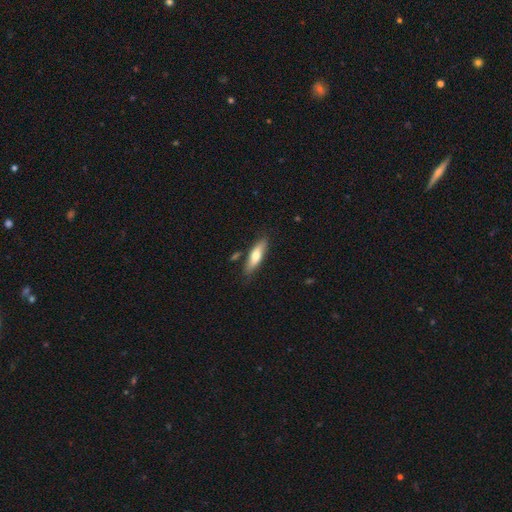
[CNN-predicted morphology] Q: Smooth or featured?
A: smooth (66%); runner-up: featured or disk (28%)
Q: How rounded?
A: cigar-shaped (54%); runner-up: in between (43%)
Q: Merging?
A: none (79%); runner-up: minor disturbance (14%)